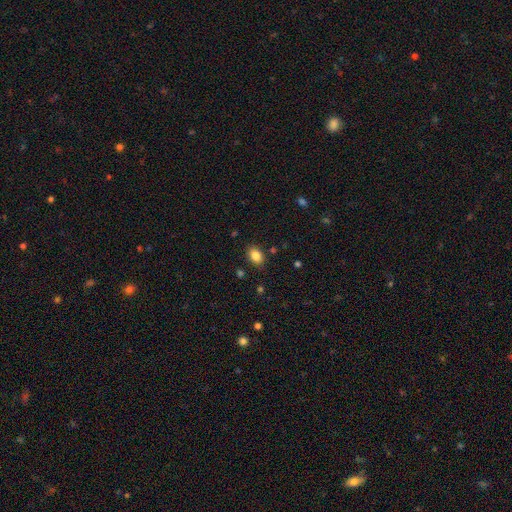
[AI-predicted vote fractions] The model was most divided on "how rounded": in between: 73%, round: 26%, cigar-shaped: 1%. More confident: merging — none (85%); smooth or featured — smooth (84%).